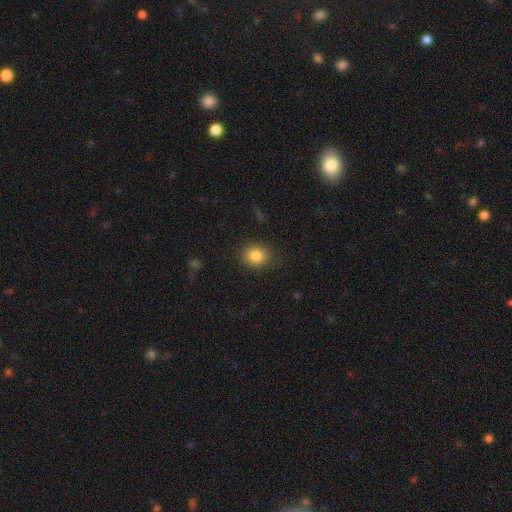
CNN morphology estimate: Q: Smooth or featured?
A: smooth (84%); runner-up: star or artifact (10%)
Q: How rounded?
A: round (64%); runner-up: in between (35%)
Q: Merging?
A: none (87%); runner-up: minor disturbance (9%)